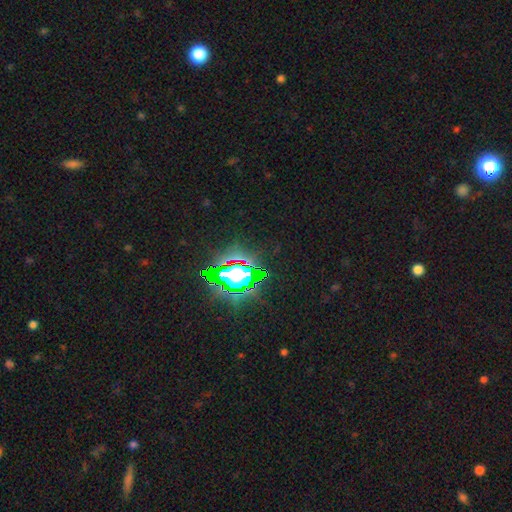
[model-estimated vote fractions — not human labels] smooth_or_featured: star or artifact (p=0.79) [alt: smooth p=0.12]